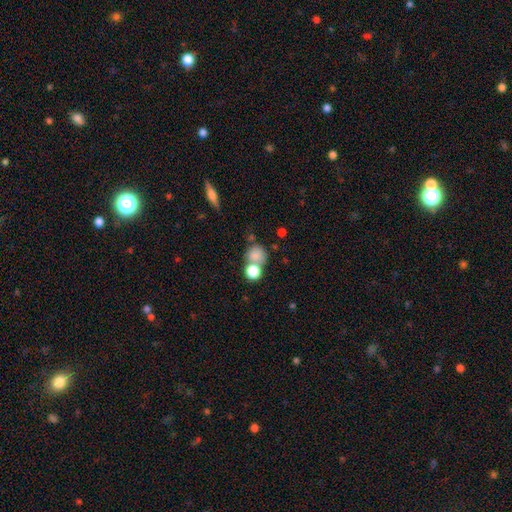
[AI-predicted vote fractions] Smooth or featured? Predicted: smooth (p=0.79). How rounded? Predicted: round (p=0.76). Merging? Predicted: none (p=0.45).